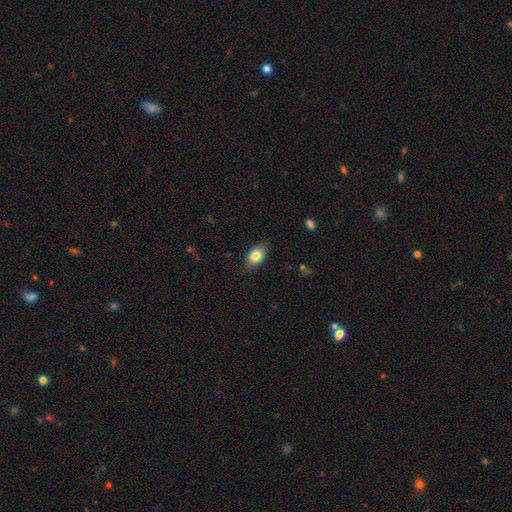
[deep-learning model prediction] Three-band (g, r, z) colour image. It shows a smooth galaxy with no disk features (82%) that is in between round and cigar-shaped (79%). Merging: none (81%).